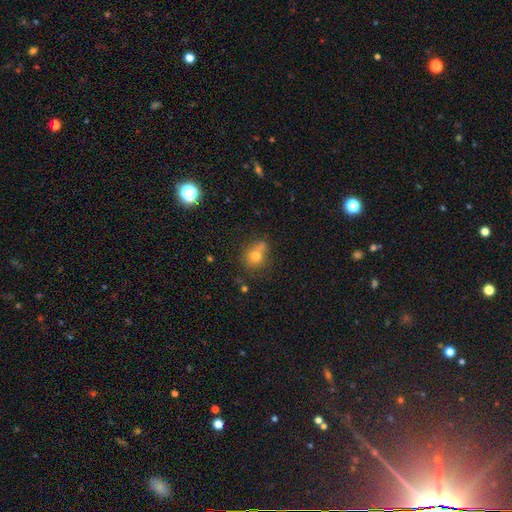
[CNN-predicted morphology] smooth-or-featured: smooth: 70% | star or artifact: 16% | featured or disk: 14%
  how-rounded: round: 61% | in between: 37% | cigar-shaped: 2%
  merging: none: 53% | minor disturbance: 23% | merger: 15% | major disturbance: 9%